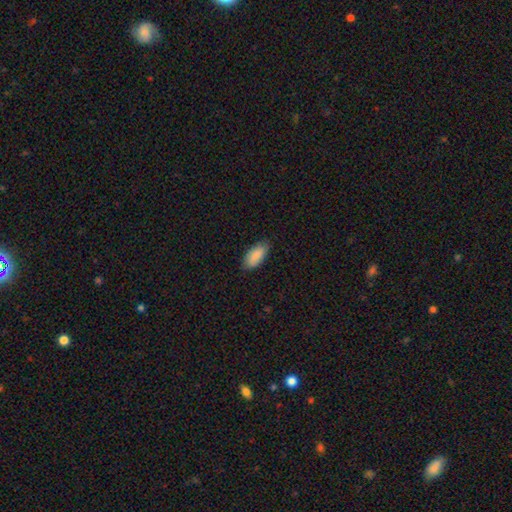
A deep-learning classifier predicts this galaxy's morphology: smooth-or-featured: smooth: 88% | featured or disk: 6% | star or artifact: 6%
  how-rounded: in between: 88% | cigar-shaped: 10% | round: 2%
  merging: none: 83% | minor disturbance: 14% | major disturbance: 2% | merger: 1%